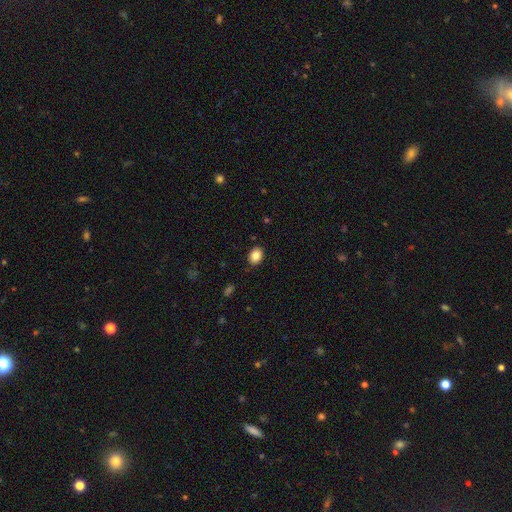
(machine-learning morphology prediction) smooth-or-featured: smooth: 85% | star or artifact: 9% | featured or disk: 7%
  how-rounded: in between: 67% | round: 32% | cigar-shaped: 1%
  merging: none: 87% | minor disturbance: 10% | major disturbance: 2% | merger: 1%